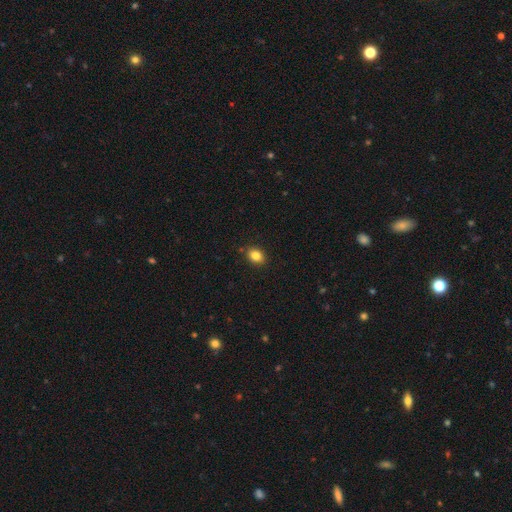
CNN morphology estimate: This is clearly a smooth galaxy (84%). How rounded: likely in between (68%). Merging: clearly none (87%).